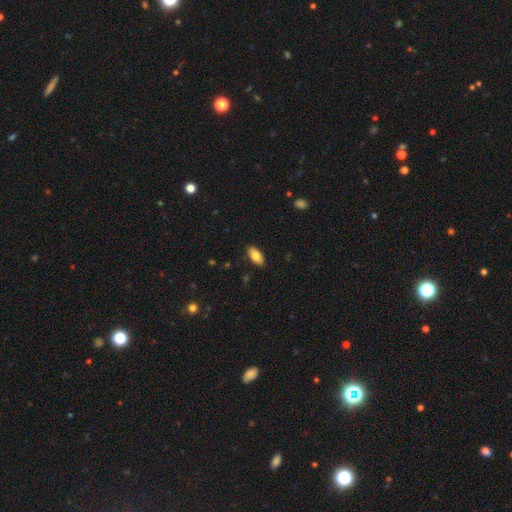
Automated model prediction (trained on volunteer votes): Smooth or featured? Predicted: smooth (p=0.80). How rounded? Predicted: in between (p=0.91). Merging? Predicted: none (p=0.88).